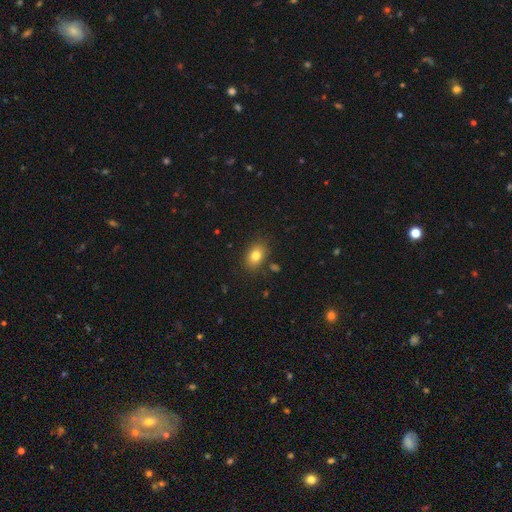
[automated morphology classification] type=smooth (81%); roundness=in between (77%); merging=none (84%).